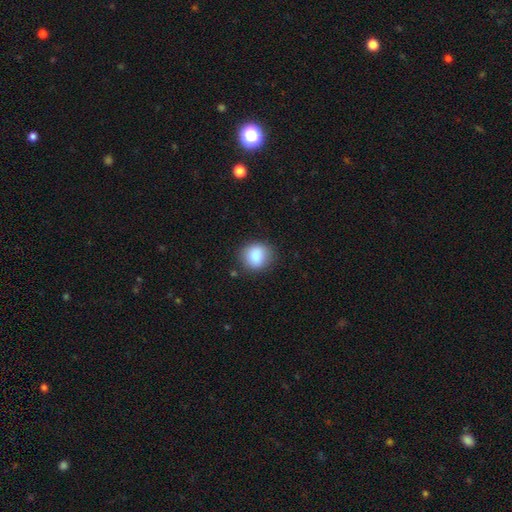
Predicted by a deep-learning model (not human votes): This appears to be a smooth galaxy with no disk features (85%) that is round (77%). Merging: none (81%).